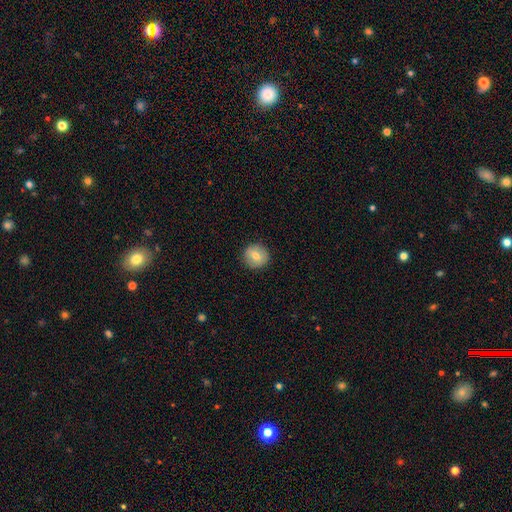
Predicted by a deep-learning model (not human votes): This is likely a smooth galaxy (76%). How rounded: clearly round (93%). Merging: clearly none (90%).